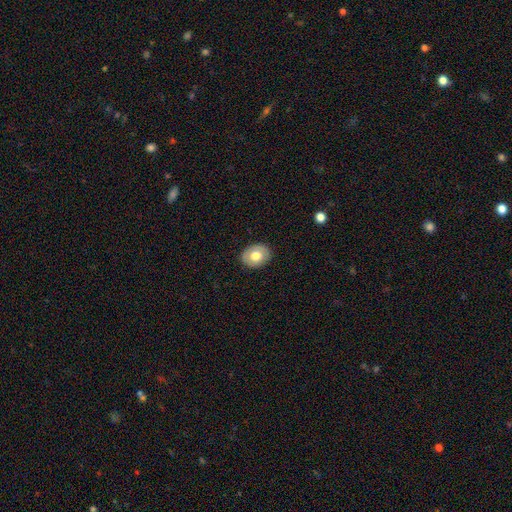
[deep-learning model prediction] Overall: smooth (67%). How rounded: in between (62%; round 37%). Merging: none (87%).